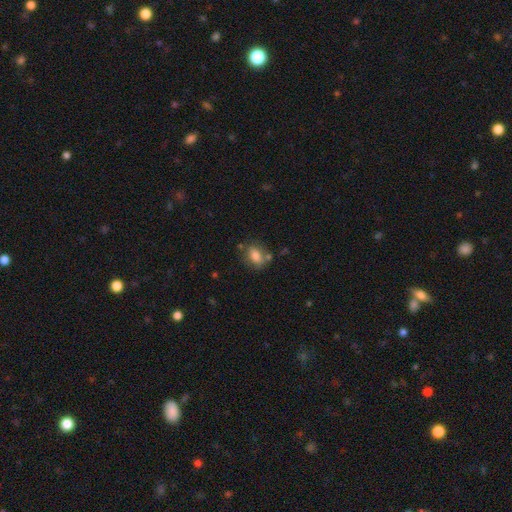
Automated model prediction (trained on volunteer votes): Morphology: type=smooth (75%); roundness=in between (75%); merging=none (62%).